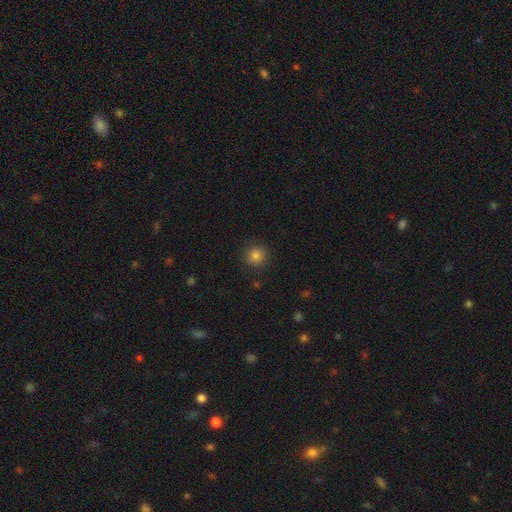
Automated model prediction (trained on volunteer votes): smooth_or_featured: smooth (p=0.82) [alt: star or artifact p=0.12]
how_rounded: round (p=0.91) [alt: in between p=0.08]
merging: none (p=0.88) [alt: minor disturbance p=0.08]